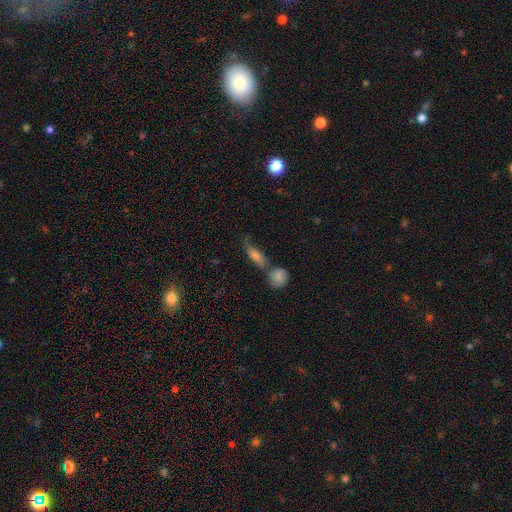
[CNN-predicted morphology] This is possibly a smooth galaxy (57%). How rounded: possibly in between (47%). Merging: possibly none (51%).